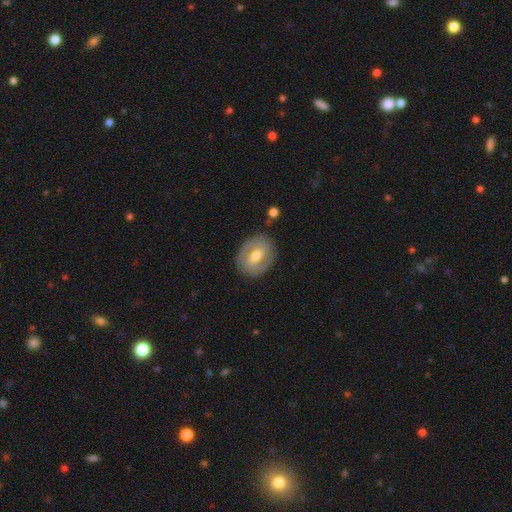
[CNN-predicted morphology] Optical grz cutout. It shows a featured or disk galaxy (63%) with a weak bar (44%), spiral arms (60%) and a moderate central bulge (69%). Merging: none (83%).